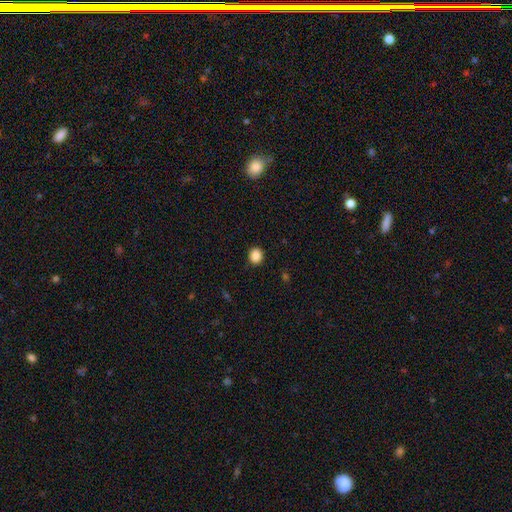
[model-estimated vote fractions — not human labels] Smooth or featured: smooth — 87% (star or artifact — 10%)
How rounded: round — 80% (in between — 19%)
Merging: none — 91% (minor disturbance — 6%)